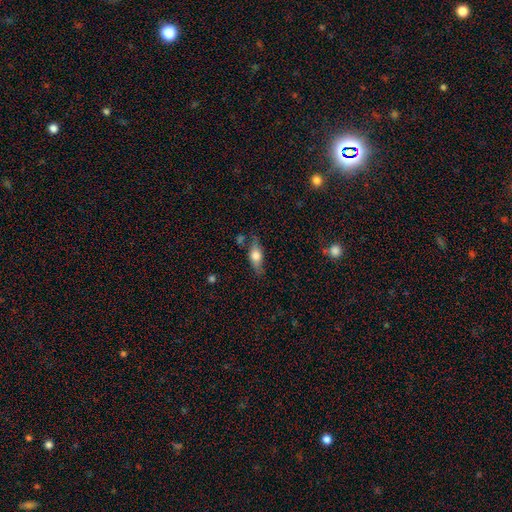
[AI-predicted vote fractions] Smooth or featured? Predicted: smooth (p=0.61). How rounded? Predicted: in between (p=0.68). Merging? Predicted: none (p=0.70).